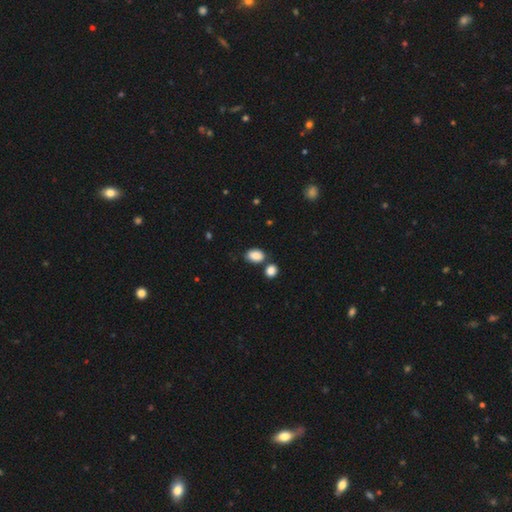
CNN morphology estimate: Overall: smooth (87%). How rounded: in between (83%). Merging: none (66%).